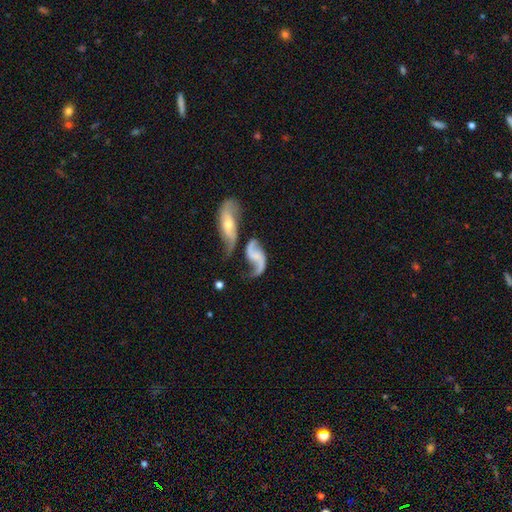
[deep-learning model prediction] Morphology: type=featured or disk (82%); edge-on=no (95%); bar=no (52%); spiral arms=yes (93%); winding=loose (83%); arm count=2 (87%); bulge=none (56%); merging=none (40%).